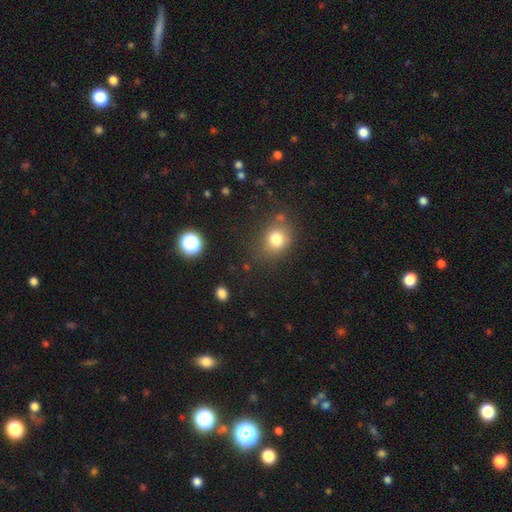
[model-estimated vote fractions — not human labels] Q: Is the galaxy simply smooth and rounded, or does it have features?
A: smooth — 62%.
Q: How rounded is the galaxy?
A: round — 73%.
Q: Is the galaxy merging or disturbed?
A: none — 80%.